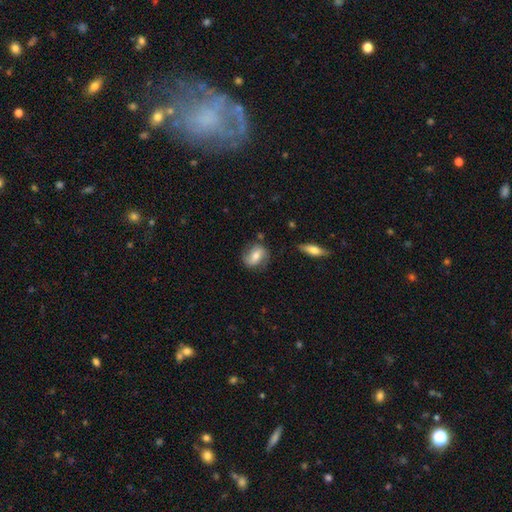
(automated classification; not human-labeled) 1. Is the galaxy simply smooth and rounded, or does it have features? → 59% smooth, 33% featured or disk, 7% star or artifact.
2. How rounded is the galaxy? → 68% in between, 29% round, 4% cigar-shaped.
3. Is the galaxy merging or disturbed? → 71% none, 20% minor disturbance, 6% major disturbance, 3% merger.